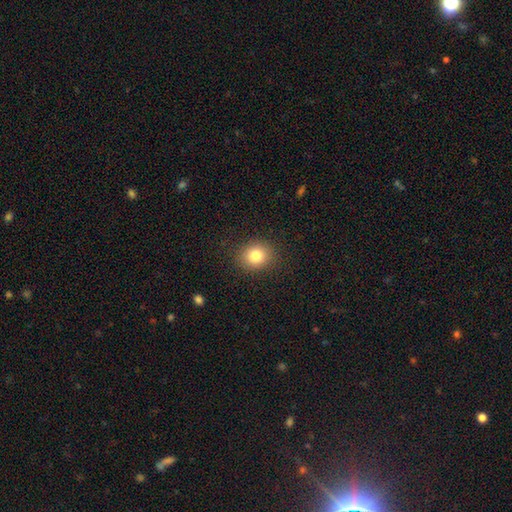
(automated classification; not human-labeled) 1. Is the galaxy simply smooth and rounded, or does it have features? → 82% smooth, 11% star or artifact, 7% featured or disk.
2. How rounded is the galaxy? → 71% round, 28% in between, 1% cigar-shaped.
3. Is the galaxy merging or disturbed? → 89% none, 8% minor disturbance, 3% major disturbance, 1% merger.